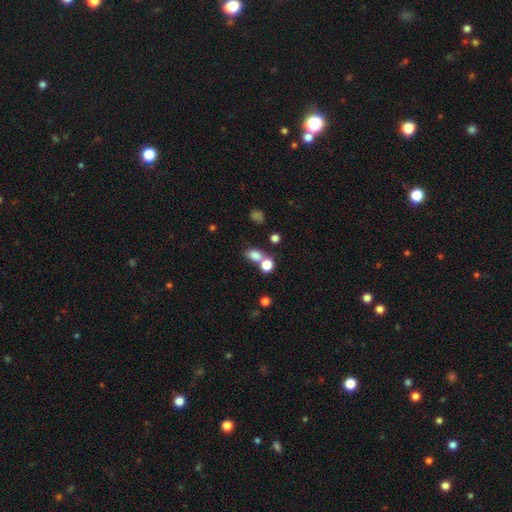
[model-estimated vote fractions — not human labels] A smooth galaxy with no disk features (78%) that is in between round and cigar-shaped (66%).

Vote fractions:
- Smooth or featured? smooth: 78% / star or artifact: 13% / featured or disk: 8%
- How rounded? in between: 66% / round: 32% / cigar-shaped: 2%
- Merging? none: 46% / merger: 39% / minor disturbance: 10% / major disturbance: 6%